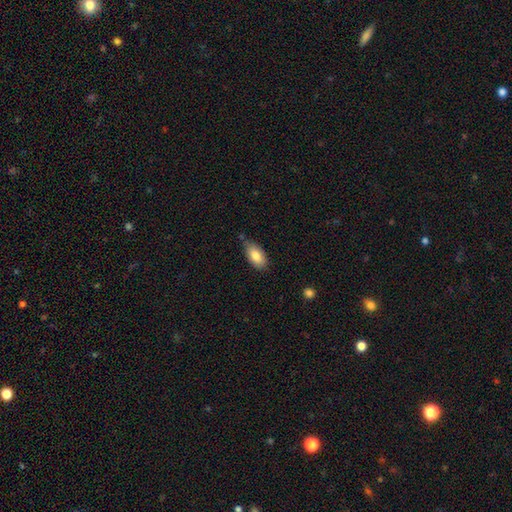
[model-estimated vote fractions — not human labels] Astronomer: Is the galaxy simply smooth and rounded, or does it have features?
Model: smooth — 84%.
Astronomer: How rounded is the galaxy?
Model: in between — 93%.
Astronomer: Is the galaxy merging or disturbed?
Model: none — 69%.